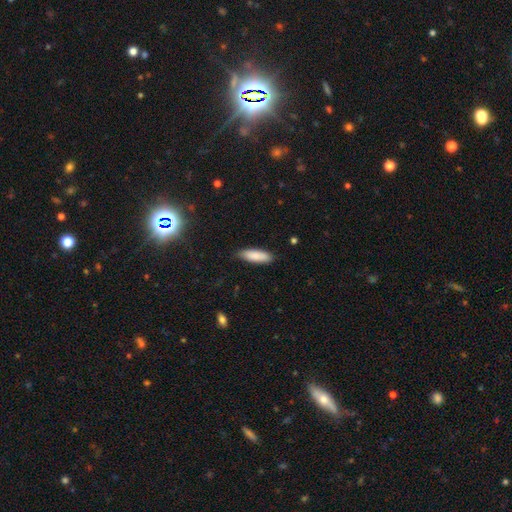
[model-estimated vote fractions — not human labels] The model was most divided on "how rounded": in between: 55%, cigar-shaped: 43%, round: 2%. More confident: smooth or featured — smooth (87%); merging — none (84%).